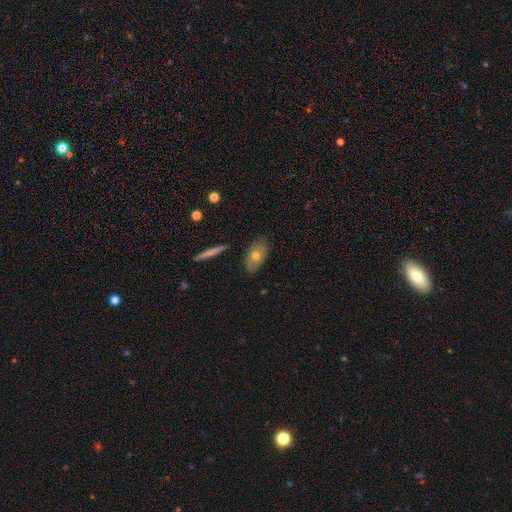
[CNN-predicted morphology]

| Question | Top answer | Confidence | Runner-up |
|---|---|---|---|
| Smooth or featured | smooth | 60% | featured or disk (32%) |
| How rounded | in between | 87% | round (7%) |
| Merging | none | 80% | minor disturbance (15%) |